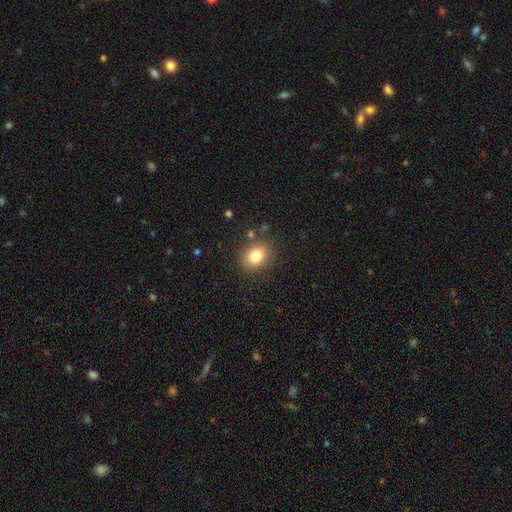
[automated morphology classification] smooth 81%, star or artifact 11%, featured or disk 8%. Down the decision tree: how rounded — in between (50%); merging — none (83%).